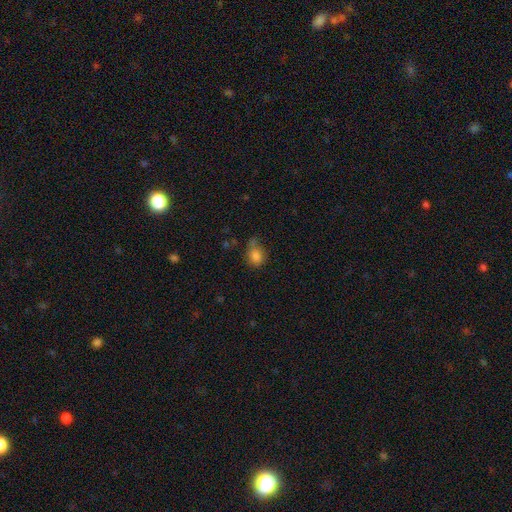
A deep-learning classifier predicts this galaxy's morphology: Smooth or featured? Predicted: smooth (p=0.81). How rounded? Predicted: in between (p=0.54). Merging? Predicted: none (p=0.46).